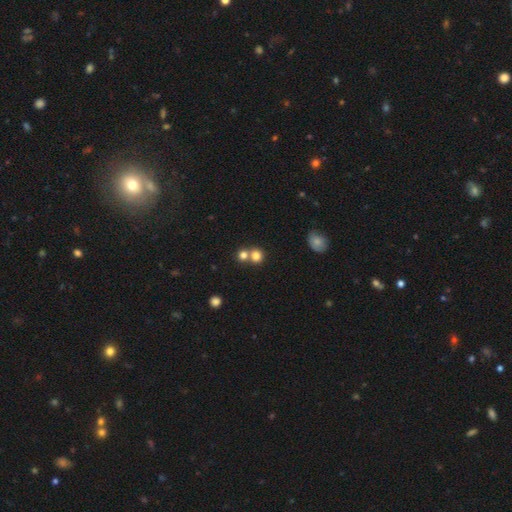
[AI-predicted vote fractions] Smooth or featured? smooth (79%)
How rounded? round (85%)
Merging? none (46%)